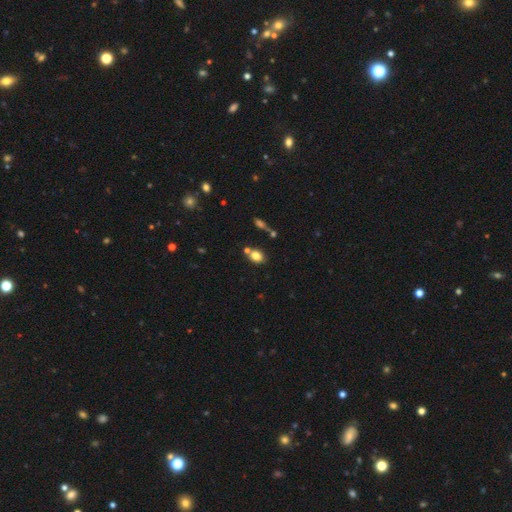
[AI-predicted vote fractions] smooth 81%, star or artifact 11%, featured or disk 8%. Down the decision tree: how rounded — in between (58%); merging — none (68%).